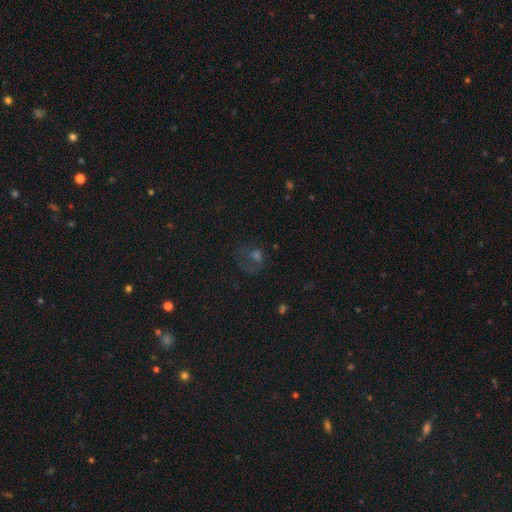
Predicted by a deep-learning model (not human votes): A smooth galaxy with no disk features (37%).

Vote fractions:
- Smooth or featured? smooth: 37% / star or artifact: 32% / featured or disk: 31%
- Merging? none: 41% / major disturbance: 36% / minor disturbance: 19% / merger: 4%